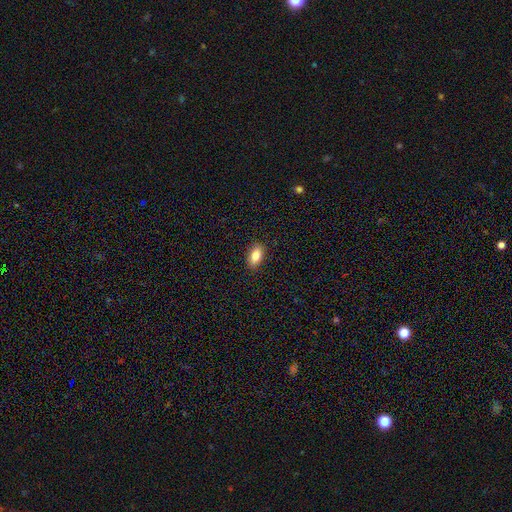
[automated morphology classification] smooth_or_featured: smooth (p=0.83) [alt: featured or disk p=0.09]
how_rounded: in between (p=0.89) [alt: cigar-shaped p=0.06]
merging: none (p=0.89) [alt: minor disturbance p=0.08]